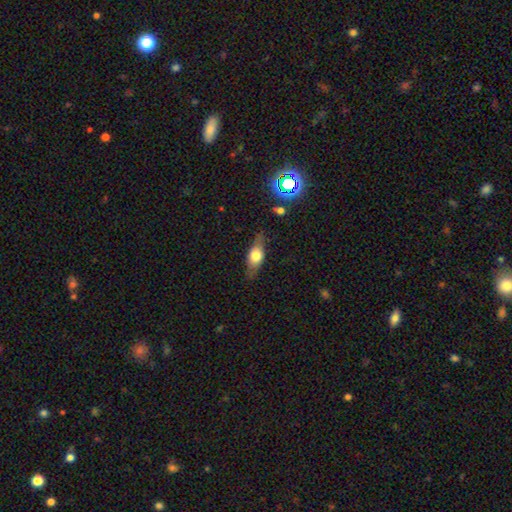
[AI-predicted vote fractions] Overall: smooth (52%; featured or disk 39%). How rounded: in between (65%; cigar-shaped 27%). Merging: none (79%).